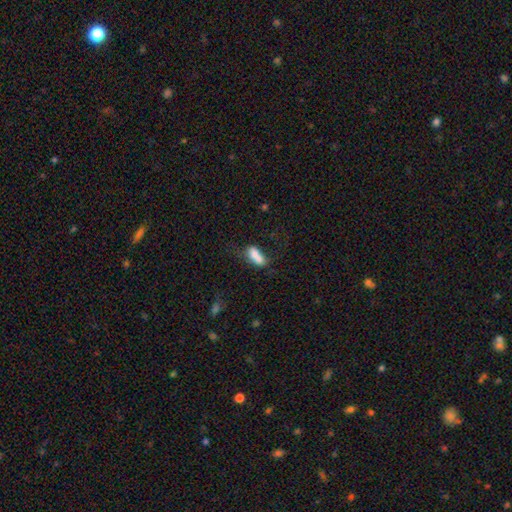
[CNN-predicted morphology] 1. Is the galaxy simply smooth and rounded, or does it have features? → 68% smooth, 22% featured or disk, 10% star or artifact.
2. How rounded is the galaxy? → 77% in between, 12% round, 11% cigar-shaped.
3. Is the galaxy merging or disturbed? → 56% merger, 22% none, 12% minor disturbance, 10% major disturbance.